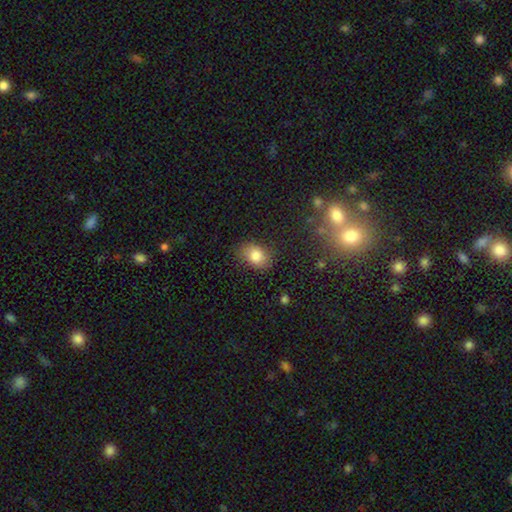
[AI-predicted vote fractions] The model was most divided on "how rounded": in between: 74%, round: 25%, cigar-shaped: 1%. More confident: smooth or featured — smooth (82%); merging — none (80%).